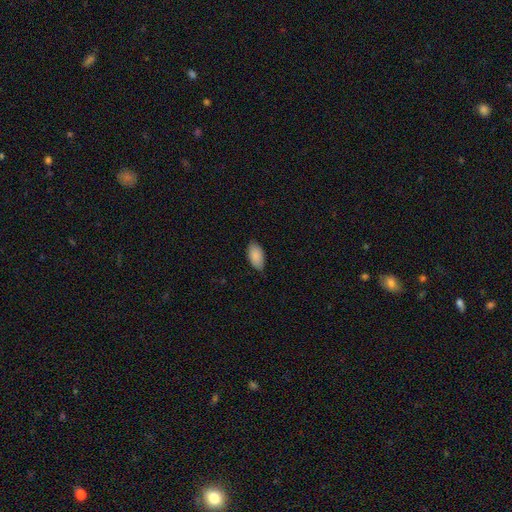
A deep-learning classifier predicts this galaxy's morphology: smooth 88%, star or artifact 6%, featured or disk 6%. Down the decision tree: how rounded — in between (95%); merging — none (79%).